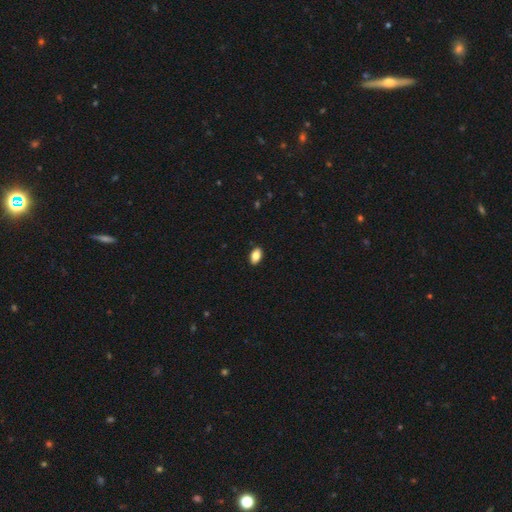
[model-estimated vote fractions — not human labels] smooth-or-featured: smooth: 84% | featured or disk: 8% | star or artifact: 8%
  how-rounded: in between: 91% | round: 6% | cigar-shaped: 2%
  merging: none: 90% | minor disturbance: 8% | major disturbance: 2% | merger: 1%